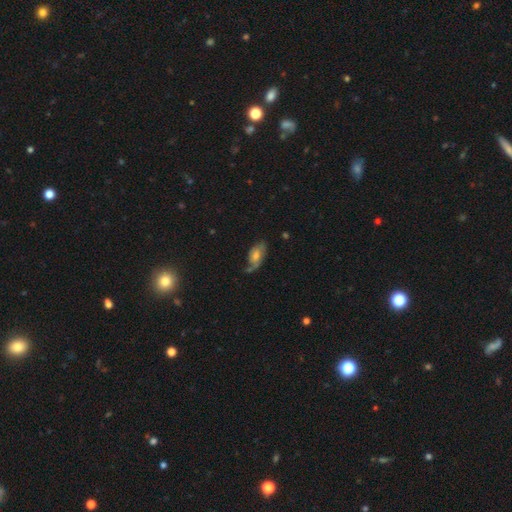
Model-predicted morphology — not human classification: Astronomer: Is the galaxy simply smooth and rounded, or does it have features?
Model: featured or disk — 53% (runner-up: smooth, 38%).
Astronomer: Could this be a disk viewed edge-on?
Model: no — 90%.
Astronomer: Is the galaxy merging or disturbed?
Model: none — 50% (runner-up: minor disturbance, 28%).